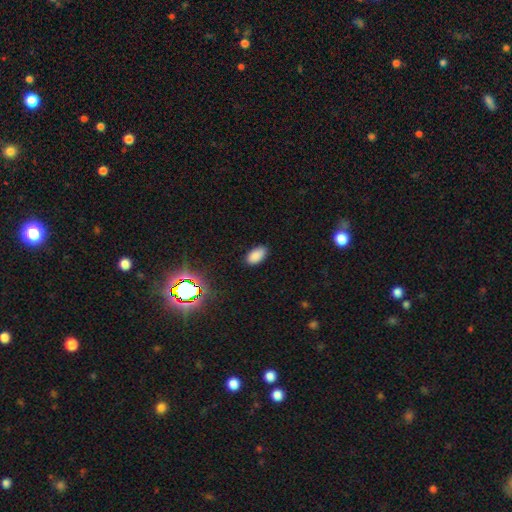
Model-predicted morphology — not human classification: This appears to be a smooth galaxy with no disk features (84%) that is in between round and cigar-shaped (94%). Merging: none (82%).